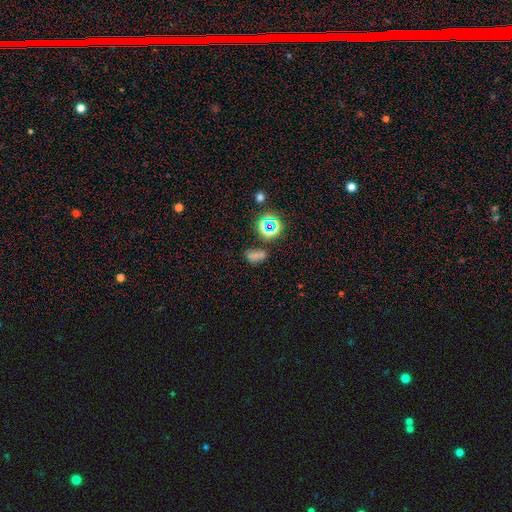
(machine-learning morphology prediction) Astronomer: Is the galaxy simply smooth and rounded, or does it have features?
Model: smooth — 54% (runner-up: star or artifact, 36%).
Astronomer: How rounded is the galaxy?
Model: in between — 75%.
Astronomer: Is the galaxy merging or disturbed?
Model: none — 60%.